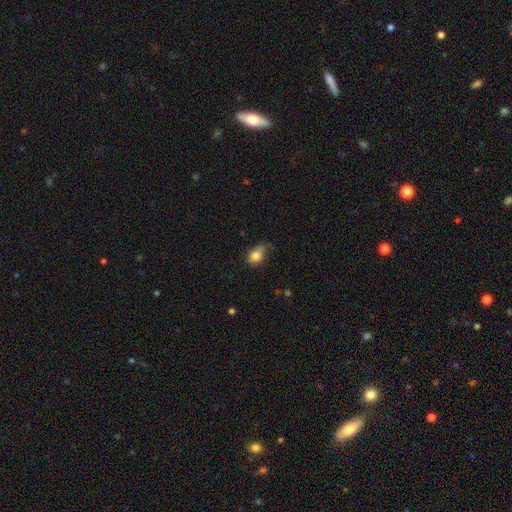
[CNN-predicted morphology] The model was most divided on "merging": none: 47%, minor disturbance: 39%, major disturbance: 11%, merger: 2%. More confident: smooth or featured — smooth (81%); how rounded — in between (78%).